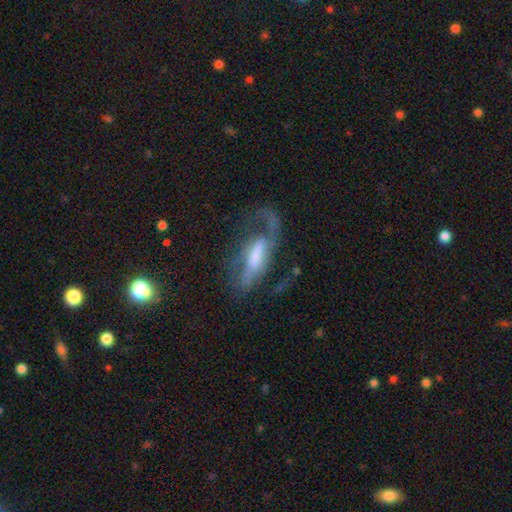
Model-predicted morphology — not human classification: smooth_or_featured: featured or disk (p=0.63) [alt: smooth p=0.28]
disk_edge_on: no (p=0.71) [alt: yes p=0.29]
merging: major disturbance (p=0.43) [alt: none p=0.35]